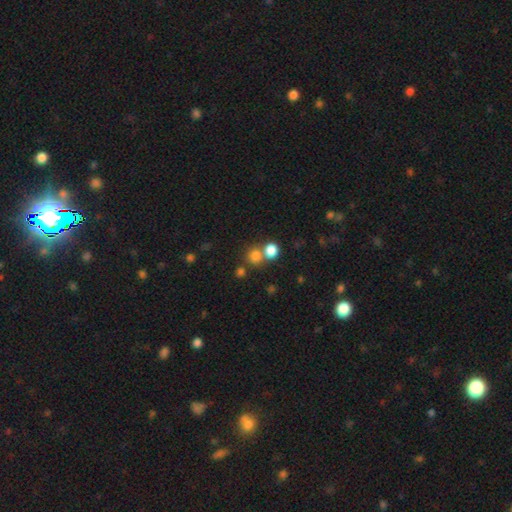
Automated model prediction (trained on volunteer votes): Smooth or featured? smooth (77%)
How rounded? round (86%)
Merging? none (58%)